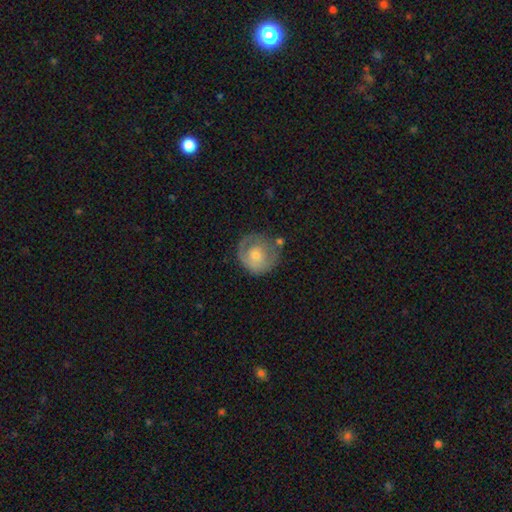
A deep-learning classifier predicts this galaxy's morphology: Smooth or featured: featured or disk — 49% (smooth — 44%)
Merging: none — 60% (minor disturbance — 23%)